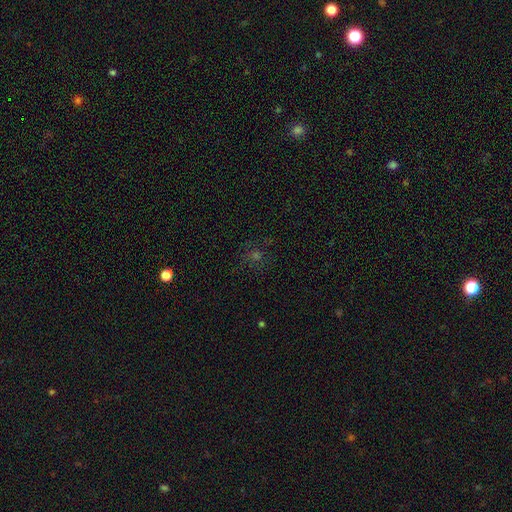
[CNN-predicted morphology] smooth_or_featured: star or artifact (p=0.45) [alt: smooth p=0.35]